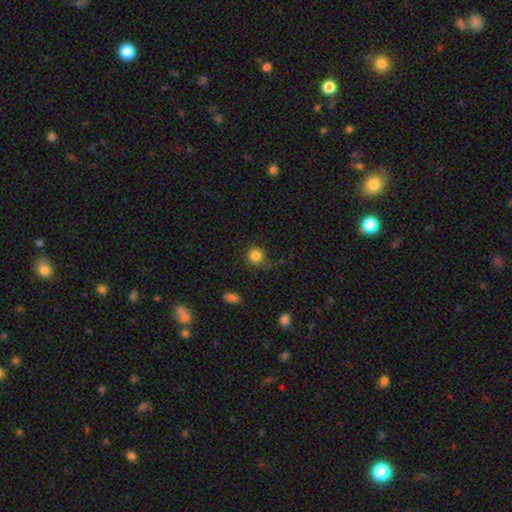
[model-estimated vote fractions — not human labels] Smooth or featured? Predicted: smooth (p=0.84). How rounded? Predicted: round (p=0.85). Merging? Predicted: none (p=0.73).